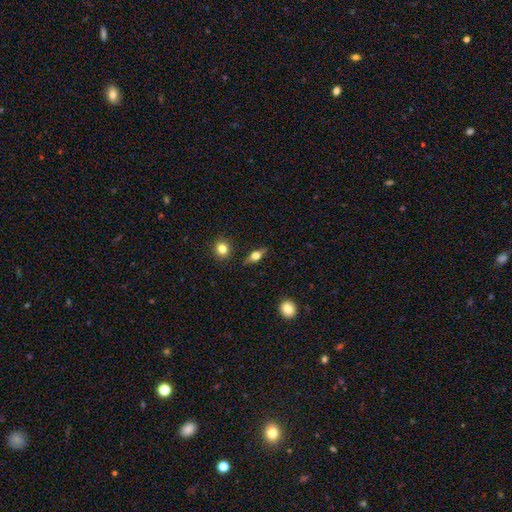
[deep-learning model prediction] smooth_or_featured: featured or disk (p=0.56) [alt: smooth p=0.36]
disk_edge_on: yes (p=0.93) [alt: no p=0.07]
edge_on_bulge: rounded (p=0.94) [alt: boxy p=0.04]
merging: none (p=0.87) [alt: minor disturbance p=0.09]